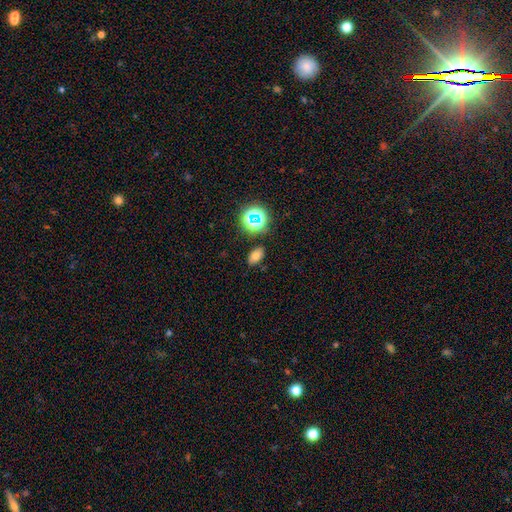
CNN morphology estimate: smooth 69%, star or artifact 20%, featured or disk 12%. Down the decision tree: how rounded — in between (86%); merging — none (84%).